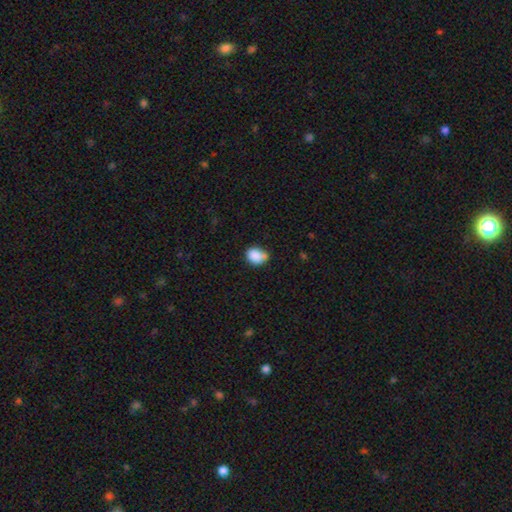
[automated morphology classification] Smooth or featured?
  - smooth: 86% *
  - star or artifact: 9%
  - featured or disk: 5%
How rounded?
  - round: 50% *
  - in between: 49%
  - cigar-shaped: 1%
Merging?
  - none: 53% *
  - minor disturbance: 30%
  - merger: 10%
  - major disturbance: 6%